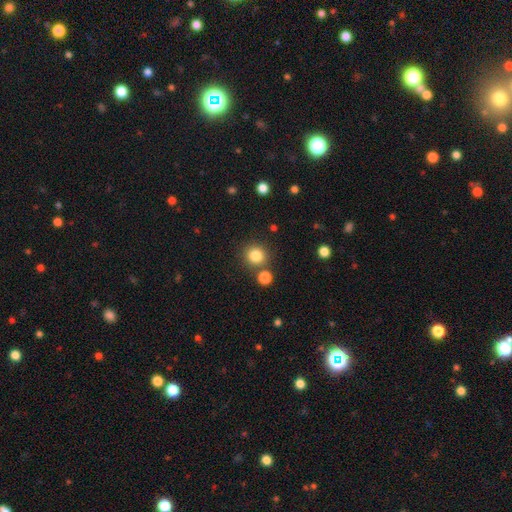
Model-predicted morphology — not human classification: Smooth or featured? smooth (83%)
How rounded? round (91%)
Merging? none (80%)